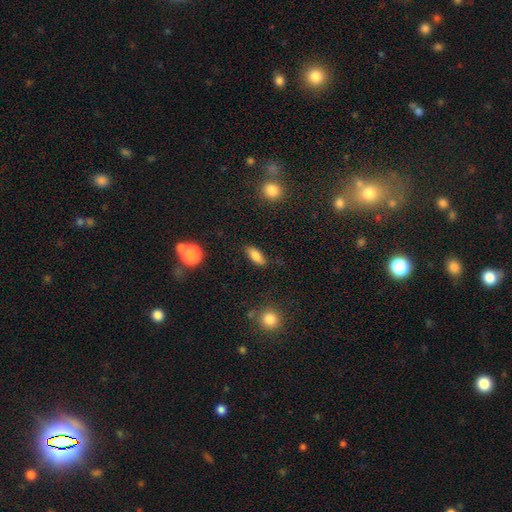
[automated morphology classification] smooth 82%, featured or disk 9%, star or artifact 8%. Down the decision tree: how rounded — in between (78%); merging — none (84%).